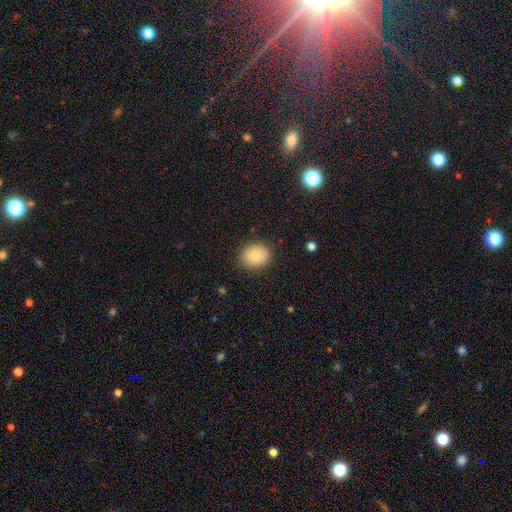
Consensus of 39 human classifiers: Volunteers were most divided on "how rounded": round: 68%, in between: 32%, cigar-shaped: 0%. More confident: merging — none (89%); smooth or featured — smooth (79%).